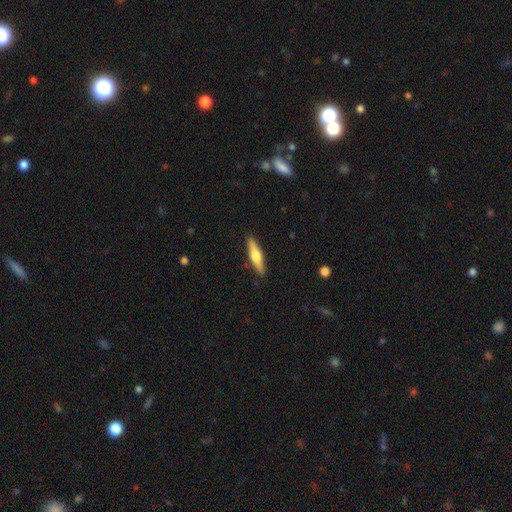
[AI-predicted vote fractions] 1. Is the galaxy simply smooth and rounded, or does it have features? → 55% featured or disk, 39% smooth, 6% star or artifact.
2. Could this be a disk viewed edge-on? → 96% yes, 4% no.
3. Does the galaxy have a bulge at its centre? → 92% rounded, 5% boxy, 3% none.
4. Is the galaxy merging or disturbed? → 90% none, 8% minor disturbance, 2% major disturbance, 1% merger.